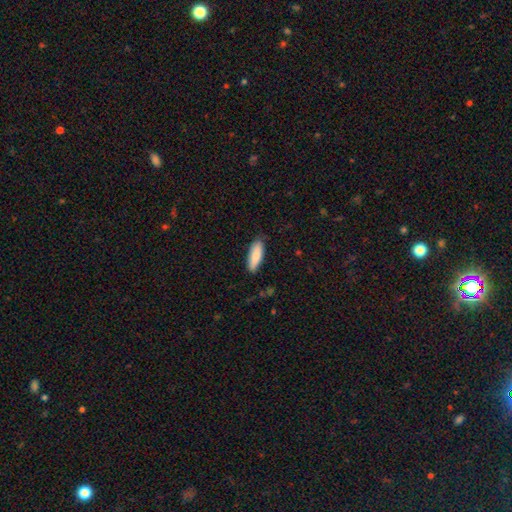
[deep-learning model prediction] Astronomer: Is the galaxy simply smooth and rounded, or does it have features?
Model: smooth — 87%.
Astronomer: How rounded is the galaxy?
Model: in between — 59% (runner-up: cigar-shaped, 40%).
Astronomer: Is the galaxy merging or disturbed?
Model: none — 84%.